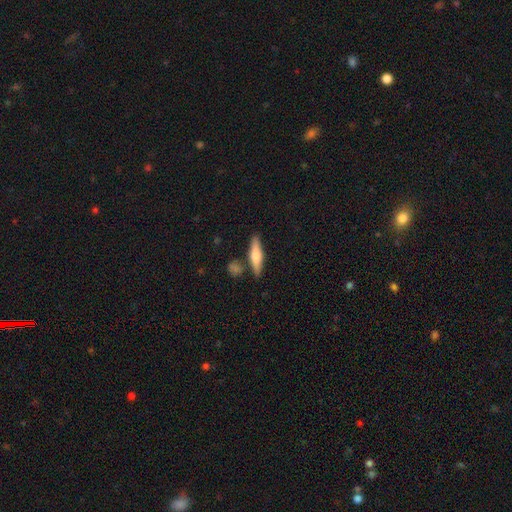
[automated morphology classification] Q: Smooth or featured?
A: smooth (53%); runner-up: featured or disk (41%)
Q: How rounded?
A: cigar-shaped (75%); runner-up: in between (23%)
Q: Merging?
A: none (81%); runner-up: minor disturbance (10%)